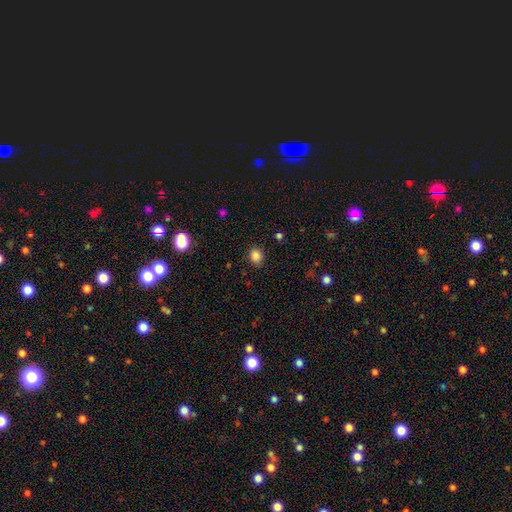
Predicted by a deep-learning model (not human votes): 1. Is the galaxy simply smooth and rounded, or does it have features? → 85% smooth, 12% star or artifact, 3% featured or disk.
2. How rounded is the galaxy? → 57% round, 43% in between, 1% cigar-shaped.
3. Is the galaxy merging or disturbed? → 86% none, 10% minor disturbance, 3% major disturbance, 1% merger.